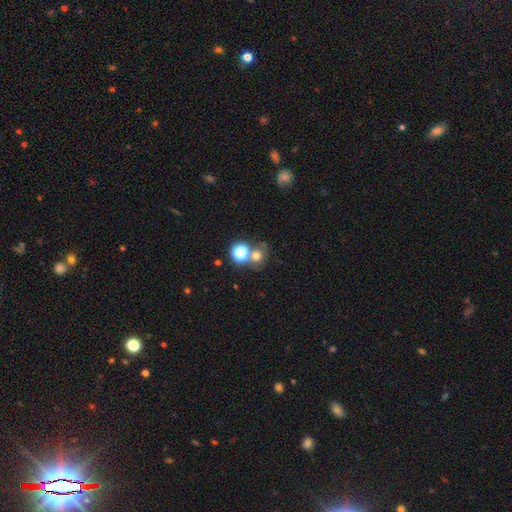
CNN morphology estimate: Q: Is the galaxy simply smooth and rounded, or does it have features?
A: smooth — 64%.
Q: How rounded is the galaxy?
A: round — 78%.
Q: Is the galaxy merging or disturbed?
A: none — 59%.